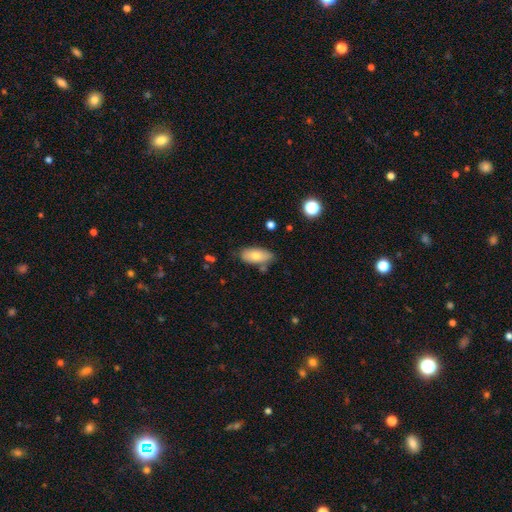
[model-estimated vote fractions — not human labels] A smooth galaxy with no disk features (76%) that is in between round and cigar-shaped (89%).

Vote fractions:
- Smooth or featured? smooth: 76% / featured or disk: 17% / star or artifact: 7%
- How rounded? in between: 89% / cigar-shaped: 8% / round: 3%
- Merging? none: 75% / minor disturbance: 17% / merger: 5% / major disturbance: 3%